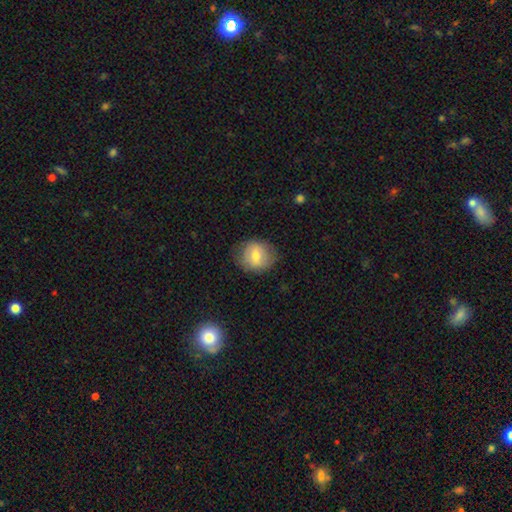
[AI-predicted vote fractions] A smooth galaxy with no disk features (69%) that is round (78%).

Vote fractions:
- Smooth or featured? smooth: 69% / featured or disk: 24% / star or artifact: 8%
- How rounded? round: 78% / in between: 21% / cigar-shaped: 1%
- Merging? none: 78% / minor disturbance: 16% / major disturbance: 5% / merger: 1%